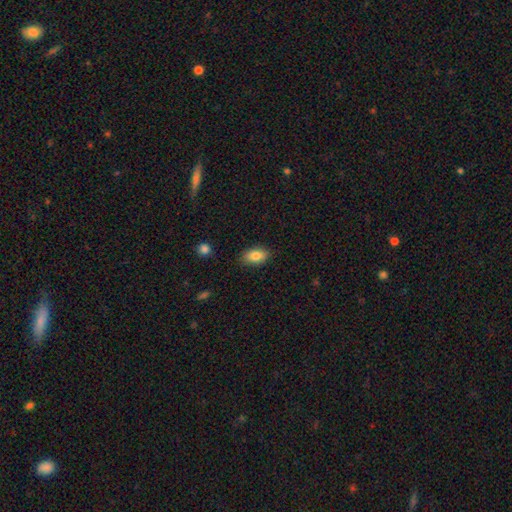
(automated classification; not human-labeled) smooth-or-featured: smooth: 84% | featured or disk: 8% | star or artifact: 8%
  how-rounded: in between: 89% | round: 9% | cigar-shaped: 3%
  merging: none: 85% | minor disturbance: 11% | major disturbance: 2% | merger: 1%